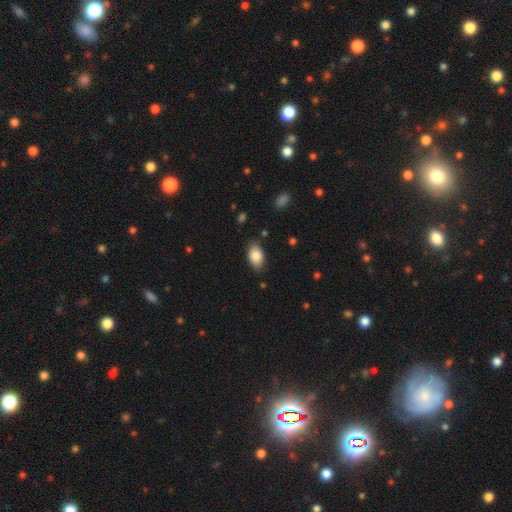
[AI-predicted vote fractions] This is clearly a smooth galaxy (85%). How rounded: clearly in between (92%). Merging: clearly none (83%).